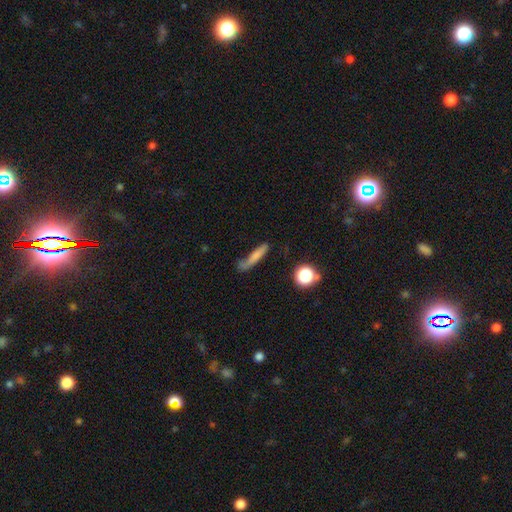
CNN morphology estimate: Overall: smooth (70%). How rounded: cigar-shaped (84%). Merging: none (54%; minor disturbance 25%).